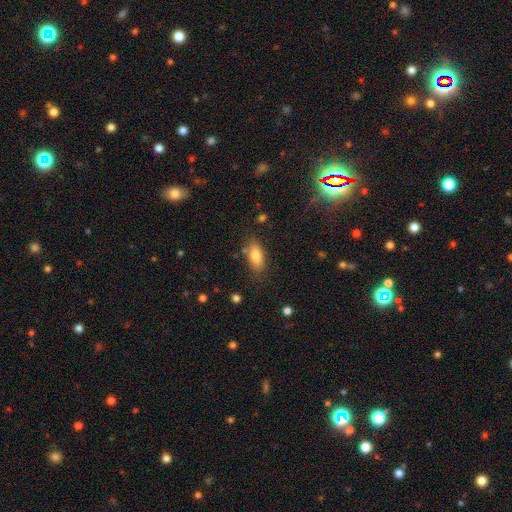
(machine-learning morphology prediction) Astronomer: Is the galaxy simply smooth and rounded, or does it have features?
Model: smooth — 82%.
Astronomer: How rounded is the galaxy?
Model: in between — 85%.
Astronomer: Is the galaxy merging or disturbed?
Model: none — 78%.